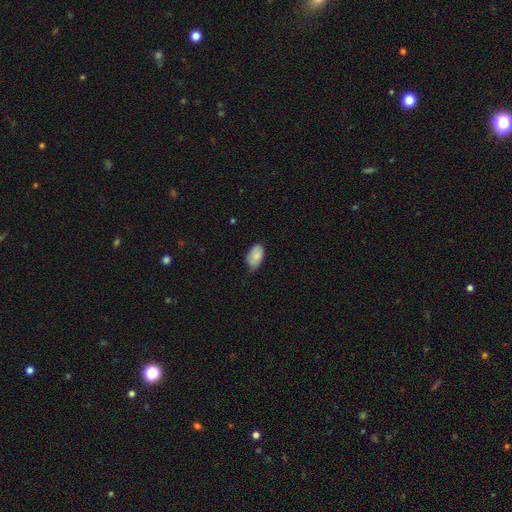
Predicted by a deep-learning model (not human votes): The model was most divided on "merging": none: 59%, minor disturbance: 34%, major disturbance: 5%, merger: 1%. More confident: how rounded — in between (94%); smooth or featured — smooth (84%).